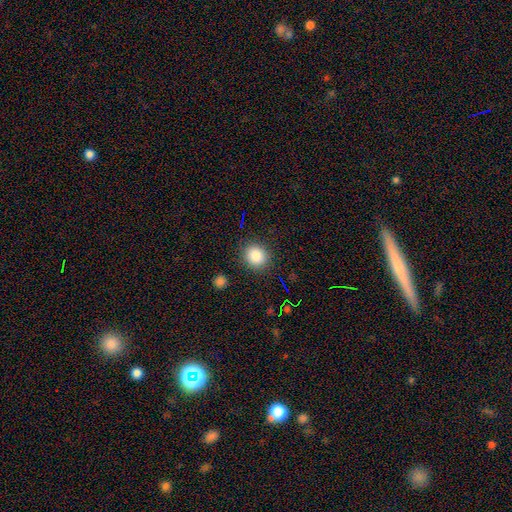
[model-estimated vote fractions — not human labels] Smooth or featured?
  - smooth: 84% *
  - star or artifact: 10%
  - featured or disk: 5%
How rounded?
  - round: 77% *
  - in between: 22%
  - cigar-shaped: 1%
Merging?
  - none: 88% *
  - minor disturbance: 8%
  - major disturbance: 3%
  - merger: 2%